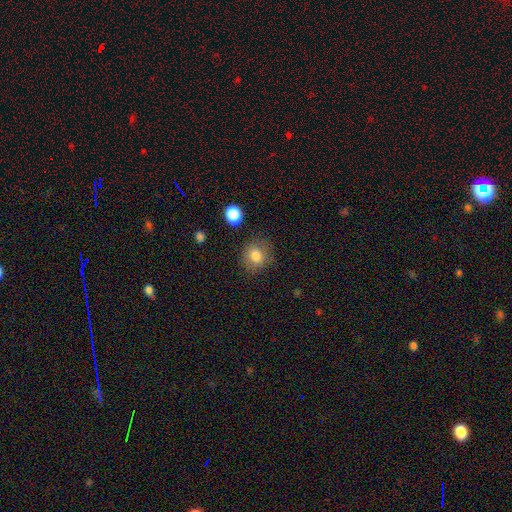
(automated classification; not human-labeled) Morphology: type=smooth (81%); roundness=round (72%); merging=none (77%).